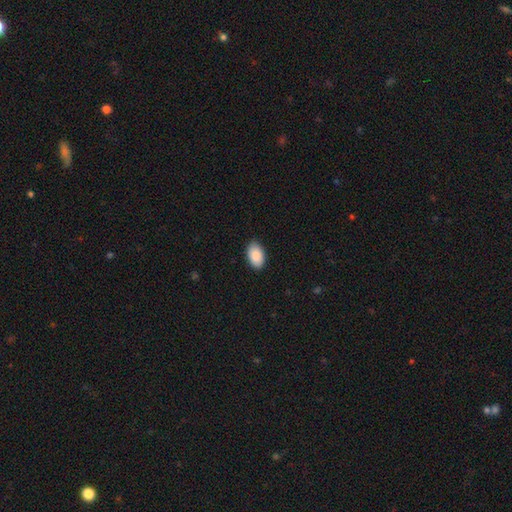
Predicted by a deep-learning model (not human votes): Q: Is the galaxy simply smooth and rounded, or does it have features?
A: smooth — 89%.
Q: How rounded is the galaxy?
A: in between — 94%.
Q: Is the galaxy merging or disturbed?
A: none — 87%.